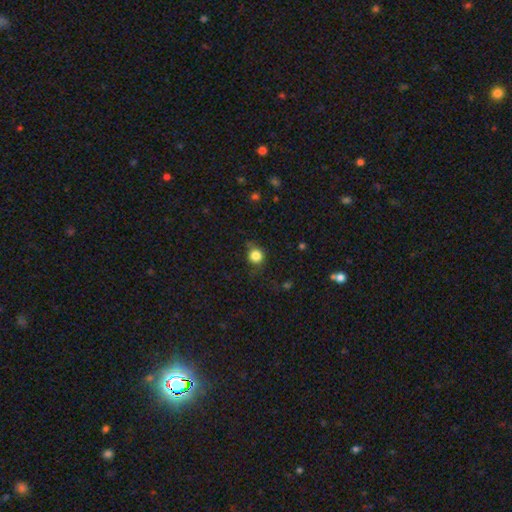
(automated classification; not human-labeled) Smooth or featured?
  - smooth: 84% *
  - star or artifact: 11%
  - featured or disk: 5%
How rounded?
  - round: 88% *
  - in between: 11%
  - cigar-shaped: 1%
Merging?
  - none: 72% *
  - minor disturbance: 19%
  - major disturbance: 6%
  - merger: 2%